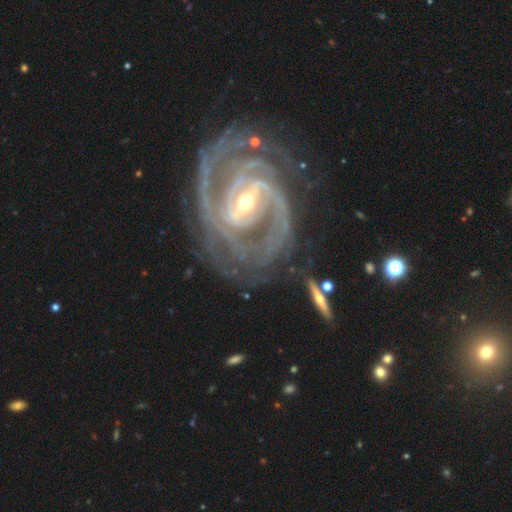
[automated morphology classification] Overall: featured or disk (93%). Edge-on disk: no (97%). Bar: strong (52%; weak 36%). Spiral arms: yes (98%). Spiral arm count: 2 (31%; 3 27%). Spiral winding: tight (60%; medium 34%). Bulge size: small (49%; moderate 47%). Merging: none (65%).